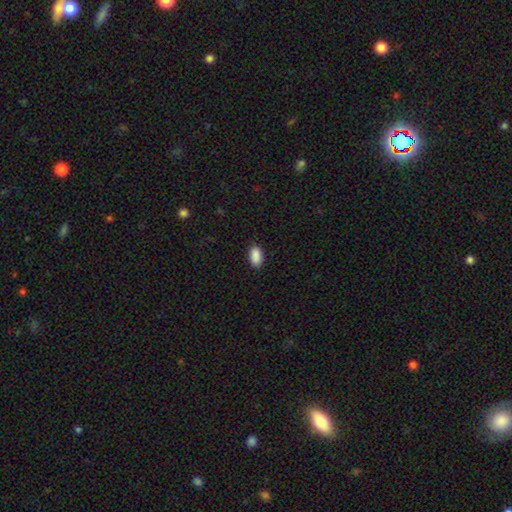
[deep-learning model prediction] Smooth or featured?
  - smooth: 90% *
  - star or artifact: 8%
  - featured or disk: 3%
How rounded?
  - in between: 92% *
  - round: 6%
  - cigar-shaped: 2%
Merging?
  - none: 87% *
  - minor disturbance: 10%
  - major disturbance: 2%
  - merger: 1%